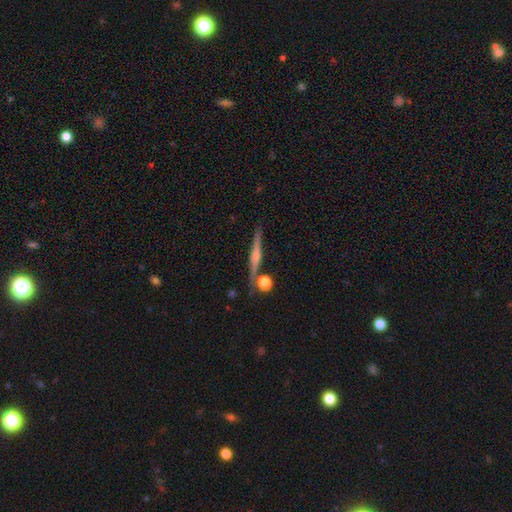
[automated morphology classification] Smooth or featured? Predicted: featured or disk (p=0.66). Edge-on disk? Predicted: yes (p=0.97). Edge-on bulge? Predicted: rounded (p=0.63). Merging? Predicted: none (p=0.80).